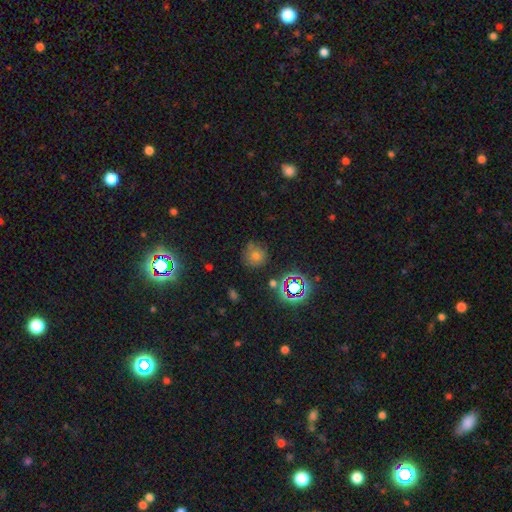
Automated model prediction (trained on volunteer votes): A smooth galaxy with no disk features (60%) that is round (90%). Merging: none (76%).